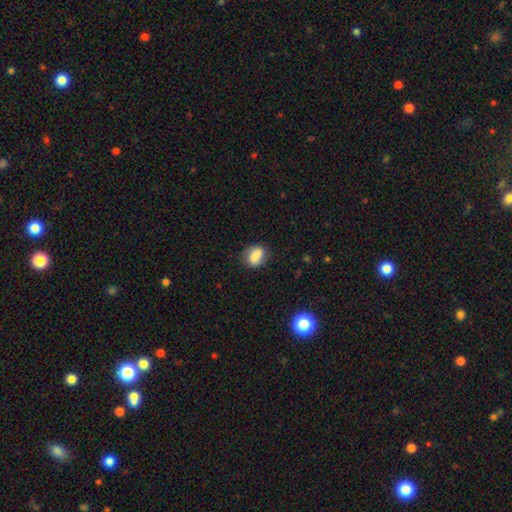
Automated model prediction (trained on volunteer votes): smooth 72%, featured or disk 19%, star or artifact 9%. Down the decision tree: how rounded — in between (59%); merging — none (73%).